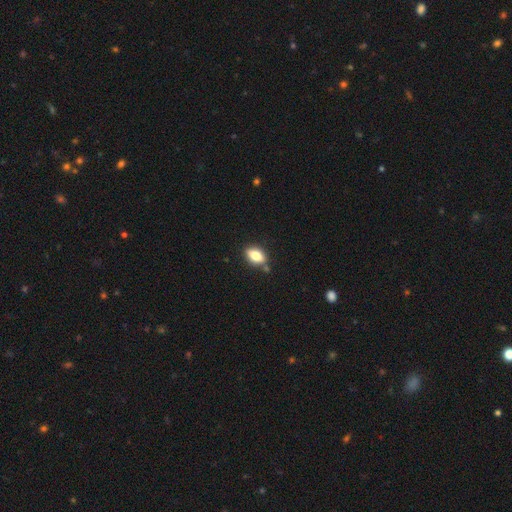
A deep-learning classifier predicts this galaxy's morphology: This is likely a smooth galaxy (80%). How rounded: clearly in between (86%). Merging: likely none (78%).